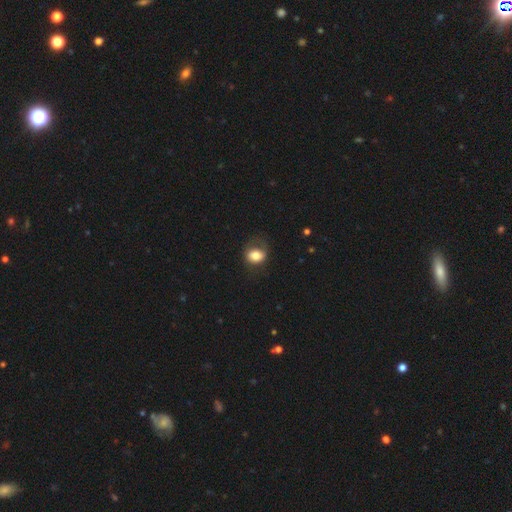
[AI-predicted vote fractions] This is likely a smooth galaxy (73%). How rounded: possibly in between (55%). Merging: possibly none (59%).